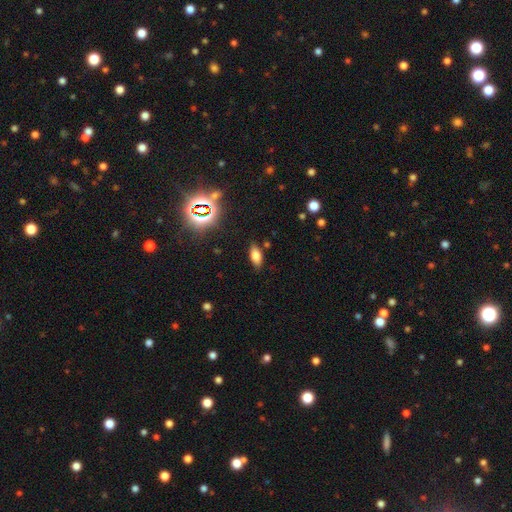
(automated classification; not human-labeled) smooth-or-featured: smooth: 72% | star or artifact: 16% | featured or disk: 12%
  how-rounded: in between: 84% | cigar-shaped: 11% | round: 4%
  merging: none: 85% | minor disturbance: 11% | major disturbance: 3% | merger: 2%